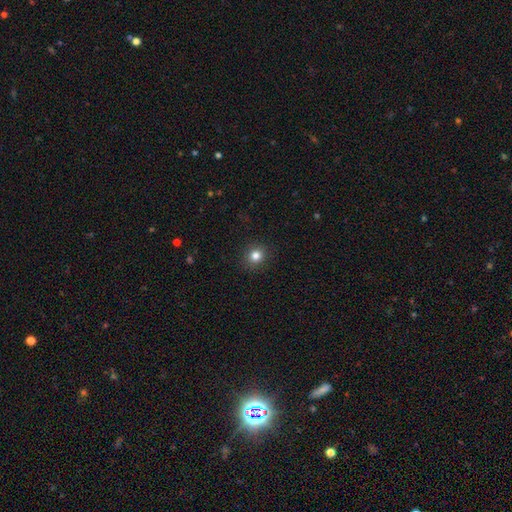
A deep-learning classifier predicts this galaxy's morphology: This is clearly a smooth galaxy (82%). How rounded: clearly round (82%). Merging: clearly none (91%).